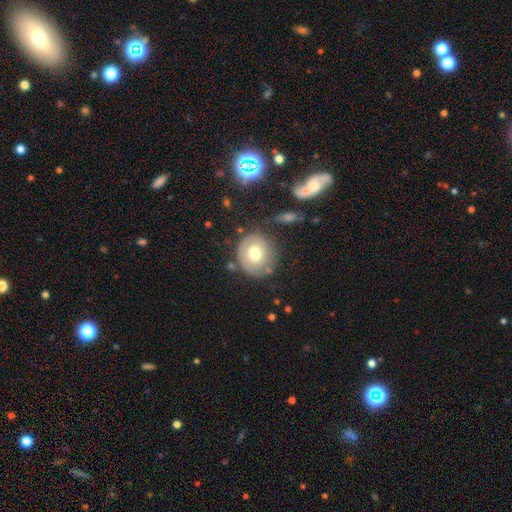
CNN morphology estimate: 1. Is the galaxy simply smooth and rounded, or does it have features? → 67% smooth, 24% featured or disk, 9% star or artifact.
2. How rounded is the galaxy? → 84% round, 15% in between, 1% cigar-shaped.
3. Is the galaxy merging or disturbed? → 70% none, 17% minor disturbance, 7% major disturbance, 6% merger.